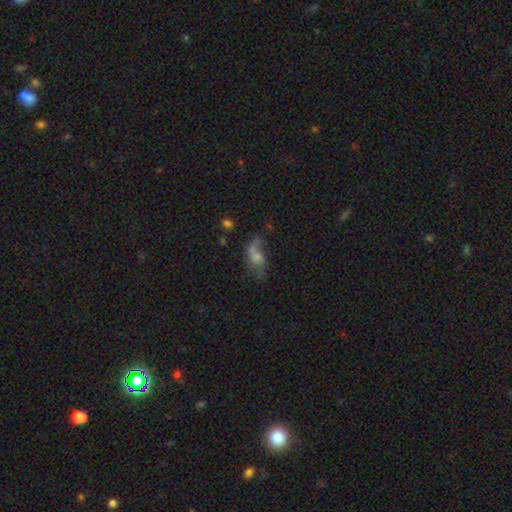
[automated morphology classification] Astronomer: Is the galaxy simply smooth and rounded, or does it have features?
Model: smooth — 47% (runner-up: featured or disk, 39%).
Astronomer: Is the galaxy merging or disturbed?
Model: major disturbance — 30%, tied with none at 30%.